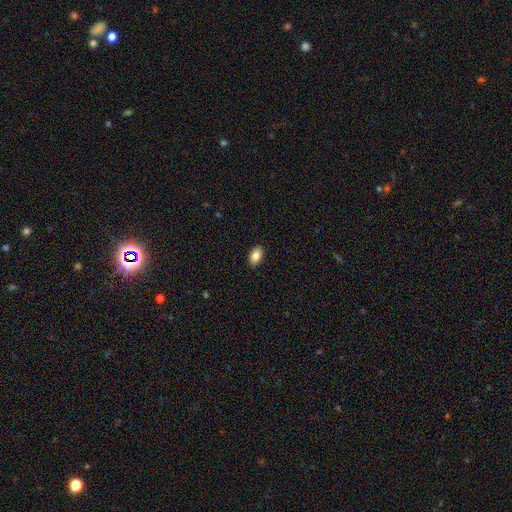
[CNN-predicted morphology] A smooth galaxy with no disk features (86%) that is in between round and cigar-shaped (91%). Merging: none (90%).